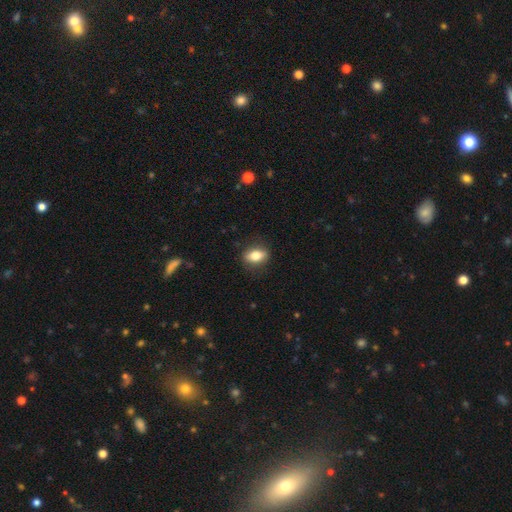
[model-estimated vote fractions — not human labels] Overall: smooth (76%). How rounded: in between (80%). Merging: none (85%).